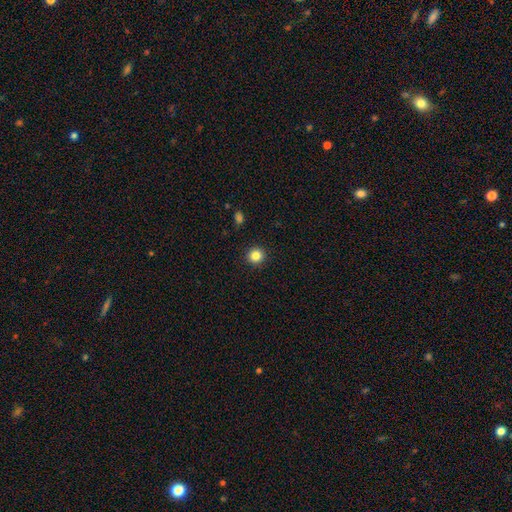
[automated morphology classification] Smooth or featured? smooth (85%)
How rounded? round (93%)
Merging? none (93%)